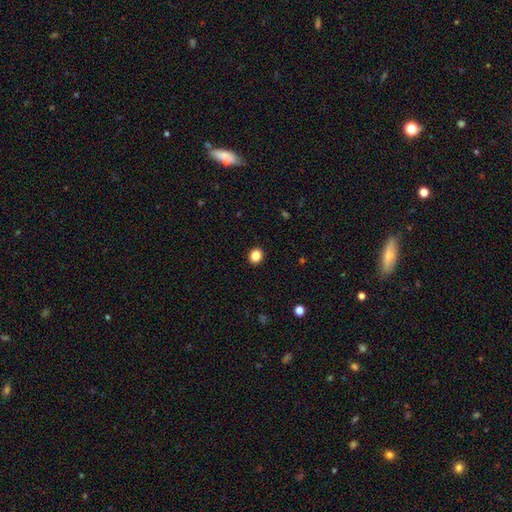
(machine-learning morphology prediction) Smooth or featured?
  - smooth: 85% *
  - star or artifact: 11%
  - featured or disk: 4%
How rounded?
  - round: 78% *
  - in between: 21%
  - cigar-shaped: 1%
Merging?
  - none: 93% *
  - minor disturbance: 5%
  - major disturbance: 2%
  - merger: 1%